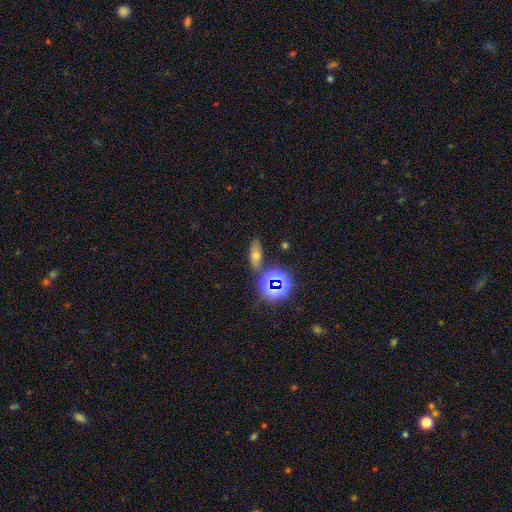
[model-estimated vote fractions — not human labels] Smooth or featured? Predicted: smooth (p=0.48). Merging? Predicted: none (p=0.76).